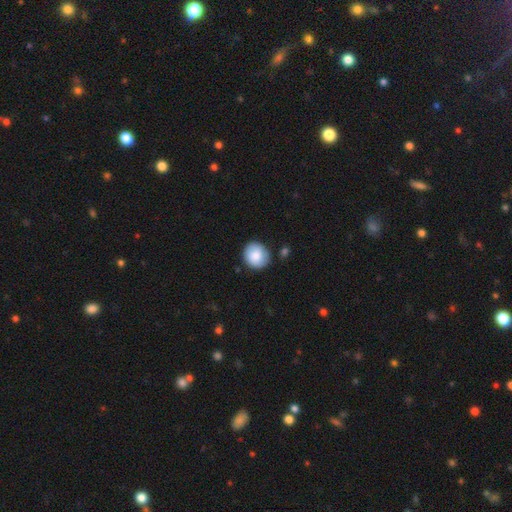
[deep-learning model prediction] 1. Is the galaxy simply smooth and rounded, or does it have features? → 83% smooth, 10% featured or disk, 7% star or artifact.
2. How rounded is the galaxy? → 84% round, 15% in between, 1% cigar-shaped.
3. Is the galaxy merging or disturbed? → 80% none, 14% minor disturbance, 3% merger, 3% major disturbance.